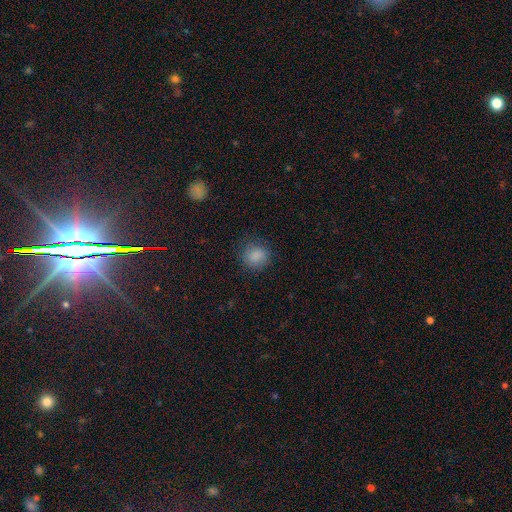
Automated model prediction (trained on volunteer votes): A smooth galaxy with no disk features (85%) that is round (83%).

Vote fractions:
- Smooth or featured? smooth: 85% / star or artifact: 10% / featured or disk: 5%
- How rounded? round: 83% / in between: 16% / cigar-shaped: 1%
- Merging? none: 81% / minor disturbance: 13% / major disturbance: 5% / merger: 1%